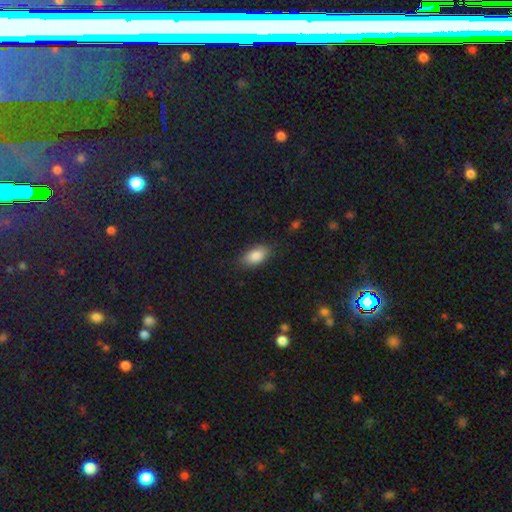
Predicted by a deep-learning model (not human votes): Smooth or featured?
  - smooth: 84% *
  - featured or disk: 8%
  - star or artifact: 8%
How rounded?
  - in between: 90% *
  - cigar-shaped: 5%
  - round: 5%
Merging?
  - none: 83% *
  - minor disturbance: 13%
  - major disturbance: 3%
  - merger: 1%